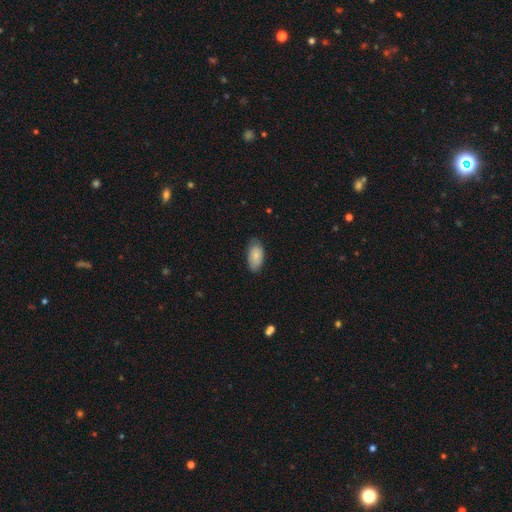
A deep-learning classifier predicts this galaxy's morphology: Smooth or featured?
  - smooth: 82% *
  - featured or disk: 12%
  - star or artifact: 6%
How rounded?
  - in between: 94% *
  - cigar-shaped: 3%
  - round: 3%
Merging?
  - none: 78% *
  - minor disturbance: 18%
  - major disturbance: 3%
  - merger: 1%